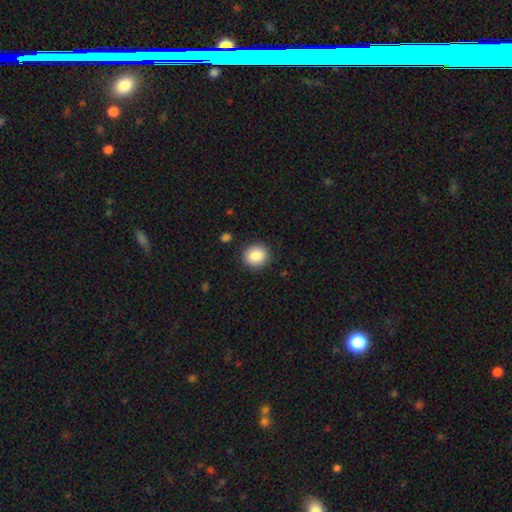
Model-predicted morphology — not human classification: smooth 86%, star or artifact 8%, featured or disk 5%. Down the decision tree: how rounded — round (84%); merging — none (89%).